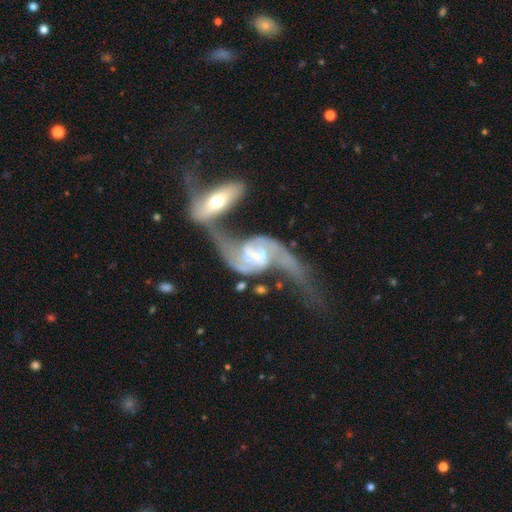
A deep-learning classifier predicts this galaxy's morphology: A featured or disk galaxy (90%) with a weak bar (43%), 2 (92%) loose (67%) spiral arms (95%) and a small central bulge (47%).

Vote fractions:
- Smooth or featured? featured or disk: 90% / smooth: 6% / star or artifact: 4%
- Edge-on disk? no: 95% / yes: 5%
- Bar? weak: 43% / strong: 31% / no: 26%
- Spiral arms? yes: 95% / no: 5%
- Spiral winding? loose: 67% / medium: 25% / tight: 8%
- Spiral arm count? 2: 92% / can't tell: 3% / 1: 2% / 3: 1% / 4: 1% / more than 4: 1%
- Bulge size? small: 47% / moderate: 29% / none: 17% / large: 5% / dominant: 2%
- Merging? merger: 56% / none: 18% / major disturbance: 17% / minor disturbance: 10%